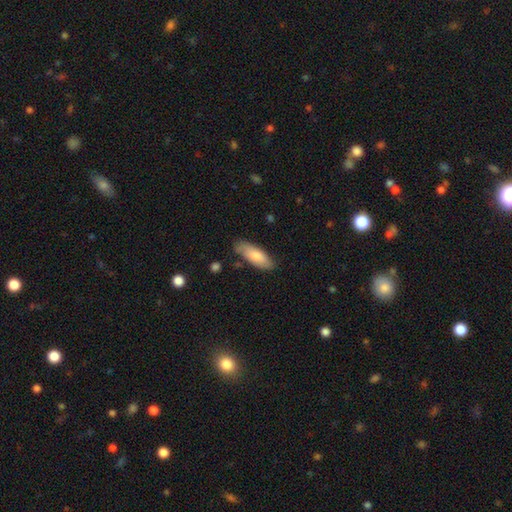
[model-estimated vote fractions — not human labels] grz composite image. It shows a smooth galaxy with no disk features (79%) that is in between round and cigar-shaped (71%). Merging: none (74%).